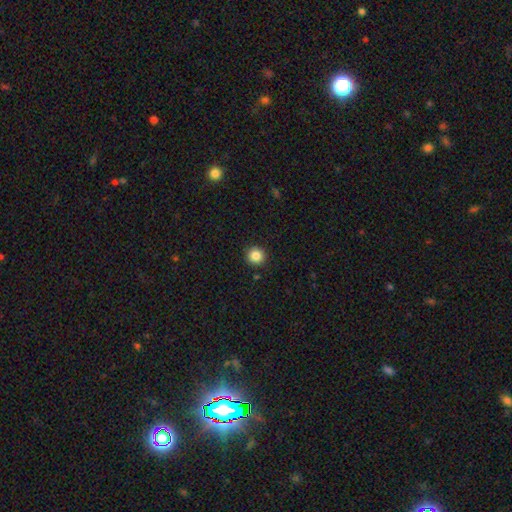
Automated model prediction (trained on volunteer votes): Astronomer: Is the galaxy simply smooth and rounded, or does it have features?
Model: smooth — 85%.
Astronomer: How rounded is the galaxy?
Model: round — 95%.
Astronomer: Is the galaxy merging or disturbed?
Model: none — 92%.